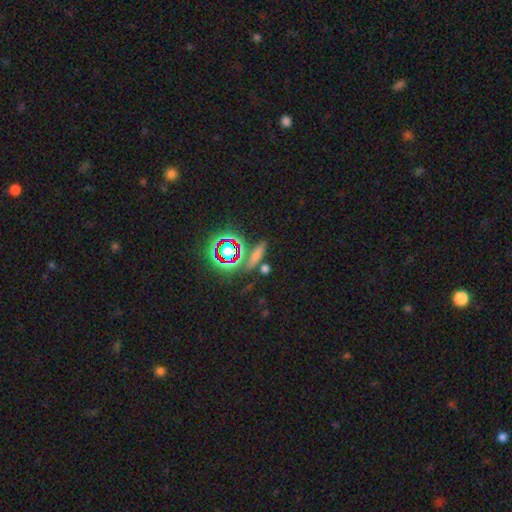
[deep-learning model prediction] A smooth galaxy with no disk features (53%) that is cigar-shaped (54%).

Vote fractions:
- Smooth or featured? smooth: 53% / star or artifact: 32% / featured or disk: 15%
- How rounded? cigar-shaped: 54% / in between: 31% / round: 15%
- Merging? none: 72% / minor disturbance: 12% / merger: 11% / major disturbance: 5%